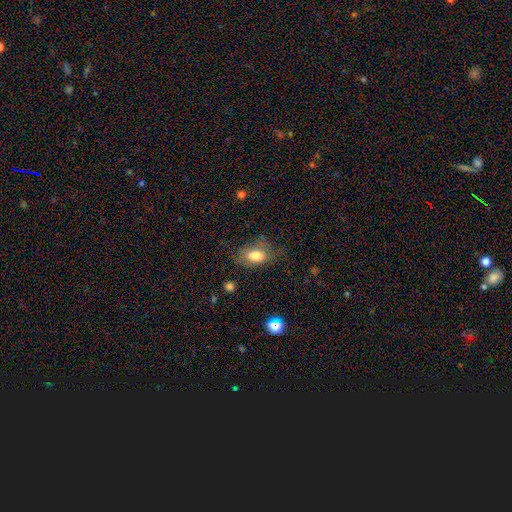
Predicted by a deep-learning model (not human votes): Smooth or featured?
  - smooth: 76% *
  - featured or disk: 14%
  - star or artifact: 9%
How rounded?
  - in between: 86% *
  - round: 11%
  - cigar-shaped: 3%
Merging?
  - none: 54% *
  - minor disturbance: 27%
  - major disturbance: 17%
  - merger: 2%